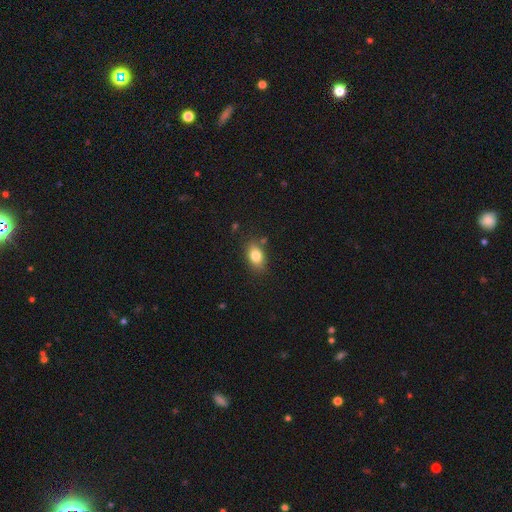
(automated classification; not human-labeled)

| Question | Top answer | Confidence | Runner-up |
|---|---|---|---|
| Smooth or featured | smooth | 82% | featured or disk (9%) |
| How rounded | in between | 83% | round (15%) |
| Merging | none | 79% | minor disturbance (14%) |